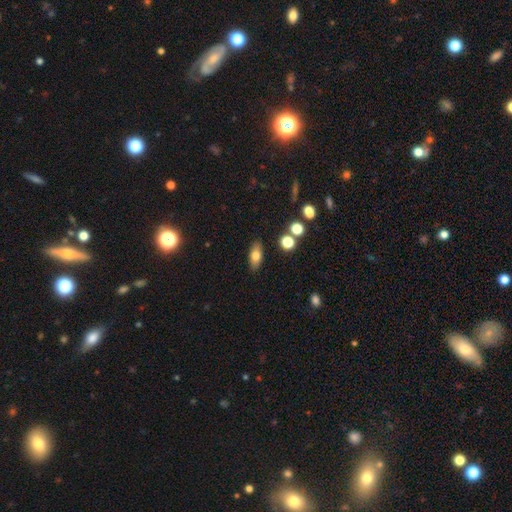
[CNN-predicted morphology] Overall: smooth (74%). How rounded: in between (79%). Merging: none (85%).